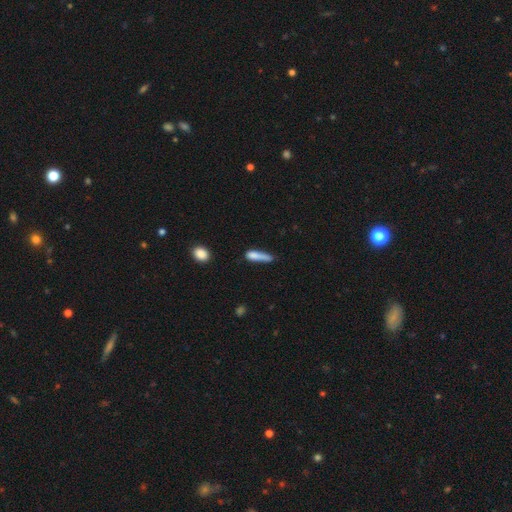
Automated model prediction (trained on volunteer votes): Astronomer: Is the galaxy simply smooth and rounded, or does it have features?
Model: smooth — 76%.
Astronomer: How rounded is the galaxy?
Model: cigar-shaped — 75%.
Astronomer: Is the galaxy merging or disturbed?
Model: none — 40% (runner-up: minor disturbance, 35%).